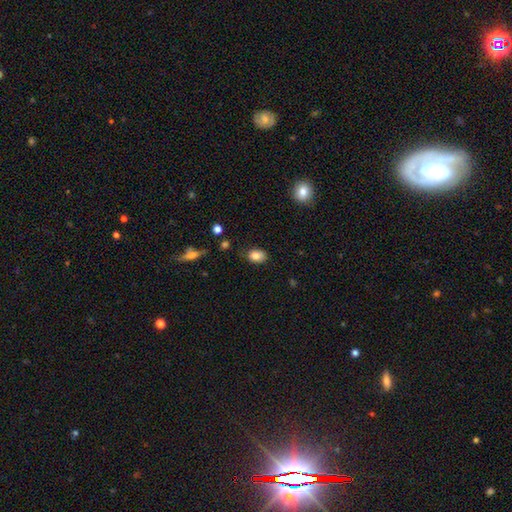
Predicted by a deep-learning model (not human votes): smooth-or-featured: smooth: 83% | star or artifact: 9% | featured or disk: 8%
  how-rounded: in between: 75% | round: 23% | cigar-shaped: 1%
  merging: none: 73% | minor disturbance: 21% | major disturbance: 4% | merger: 2%